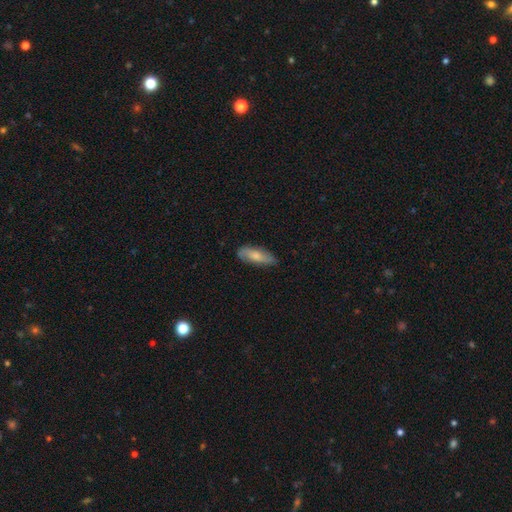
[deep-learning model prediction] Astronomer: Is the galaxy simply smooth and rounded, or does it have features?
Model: smooth — 67%.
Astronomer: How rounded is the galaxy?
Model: in between — 67%.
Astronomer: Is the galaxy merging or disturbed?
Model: none — 78%.